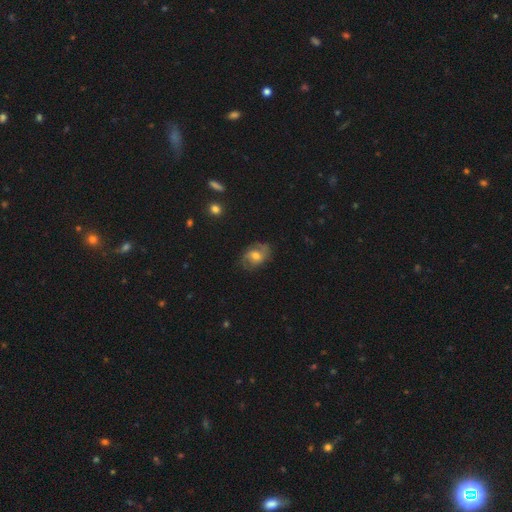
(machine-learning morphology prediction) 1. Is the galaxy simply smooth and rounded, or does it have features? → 52% featured or disk, 39% smooth, 8% star or artifact.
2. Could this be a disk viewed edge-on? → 96% no, 4% yes.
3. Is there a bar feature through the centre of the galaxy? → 55% no, 37% weak, 8% strong.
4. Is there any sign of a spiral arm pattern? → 80% yes, 20% no.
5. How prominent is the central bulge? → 65% moderate, 19% small, 13% large, 2% none, 1% dominant.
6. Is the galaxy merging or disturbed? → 69% none, 21% minor disturbance, 8% major disturbance, 1% merger.